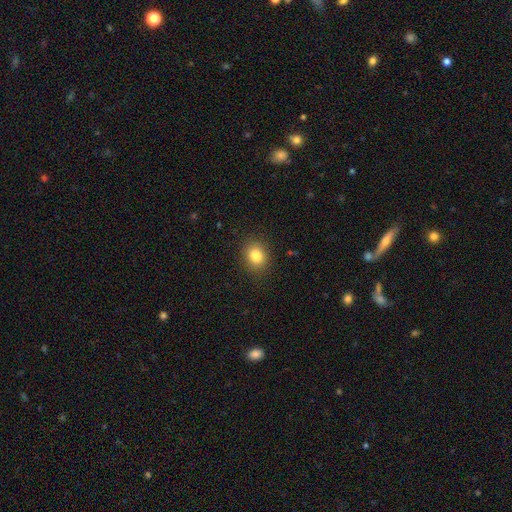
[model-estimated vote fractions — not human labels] This is clearly a smooth galaxy (83%). How rounded: possibly round (58%). Merging: clearly none (87%).